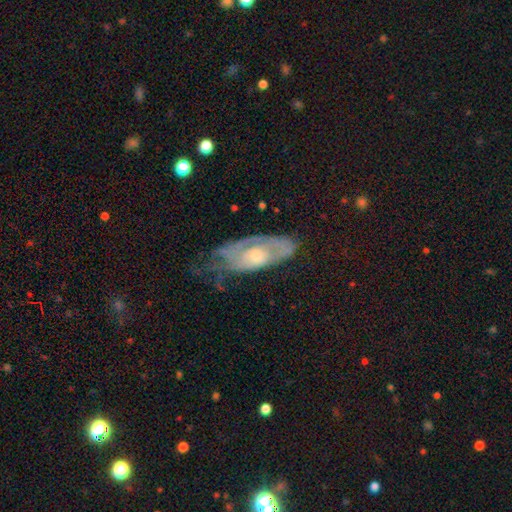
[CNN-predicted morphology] Smooth or featured? featured or disk (68%)
Edge-on disk? no (86%)
Bar? no (79%)
Spiral arms? yes (66%)
Bulge size? moderate (56%)
Merging? none (36%)